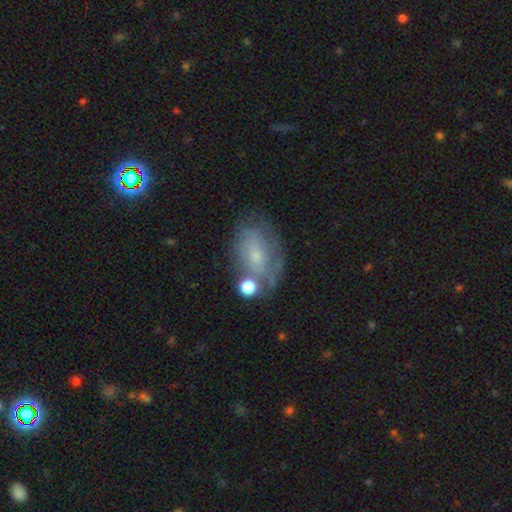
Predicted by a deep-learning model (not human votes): Overall: featured or disk (51%; smooth 38%). Edge-on disk: no (95%). Merging: none (49%; minor disturbance 25%).